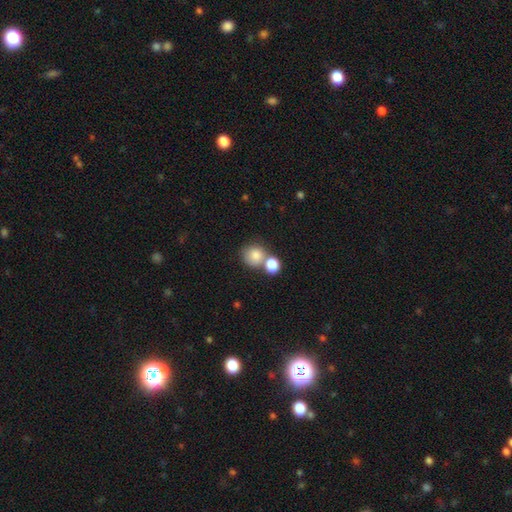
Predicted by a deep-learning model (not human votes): A smooth galaxy with no disk features (83%) that is round (83%).

Vote fractions:
- Smooth or featured? smooth: 83% / star or artifact: 9% / featured or disk: 8%
- How rounded? round: 83% / in between: 16% / cigar-shaped: 1%
- Merging? none: 46% / merger: 40% / minor disturbance: 10% / major disturbance: 4%